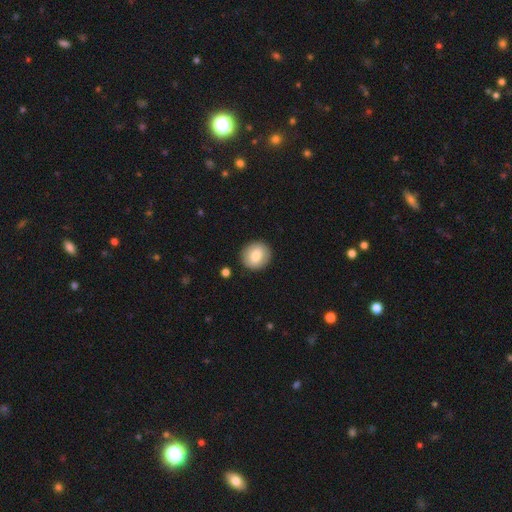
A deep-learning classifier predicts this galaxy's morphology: smooth_or_featured: smooth (p=0.75) [alt: featured or disk p=0.17]
how_rounded: round (p=0.87) [alt: in between p=0.12]
merging: none (p=0.89) [alt: minor disturbance p=0.07]